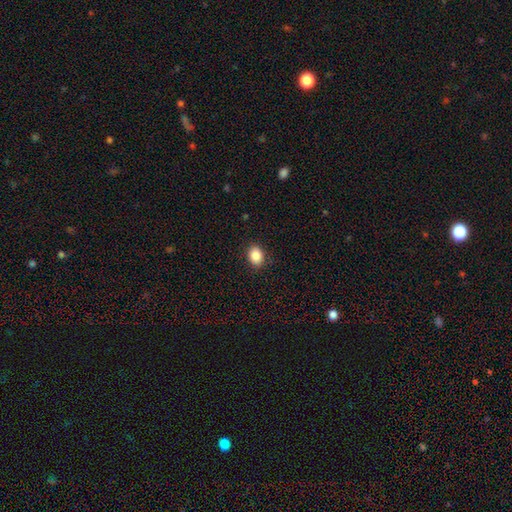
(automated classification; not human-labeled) This appears to be a smooth galaxy with no disk features (87%) that is in between round and cigar-shaped (66%). Merging: none (88%).